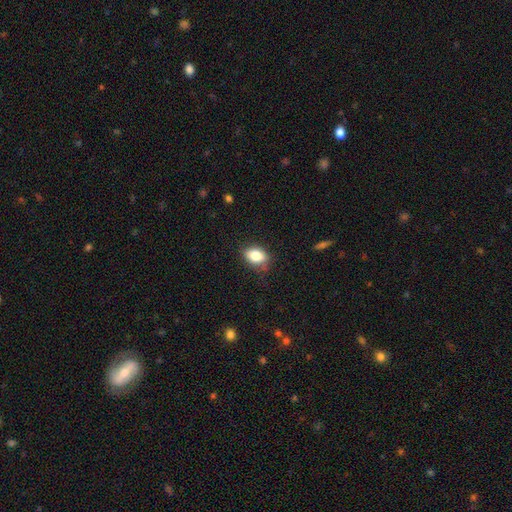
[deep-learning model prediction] A smooth galaxy with no disk features (82%) that is in between round and cigar-shaped (80%). Merging: none (75%).